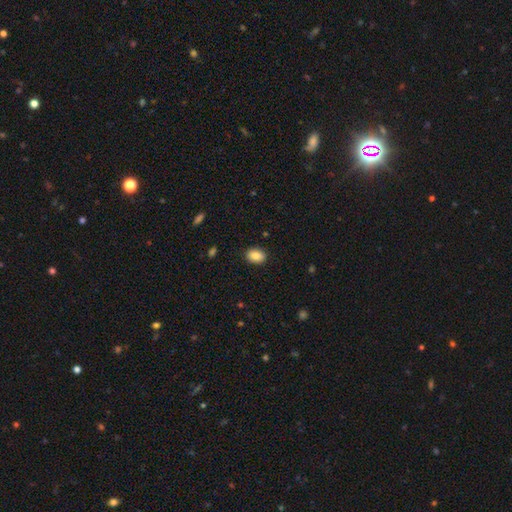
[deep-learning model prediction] Overall: smooth (87%). How rounded: in between (77%). Merging: none (89%).